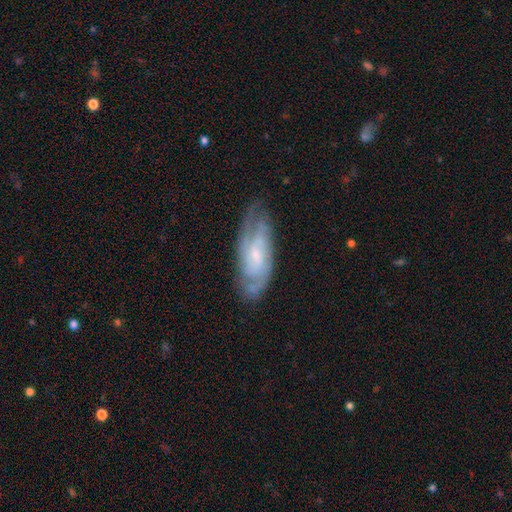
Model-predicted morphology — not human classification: The model was most divided on "bar": weak: 45%, no: 44%, strong: 11%. Remaining: spiral arms — yes (95%); edge-on disk — no (90%); smooth or featured — featured or disk (79%); merging — none (74%); bulge size — small (56%); spiral winding — tight (48%); spiral arm count — 2 (48%).